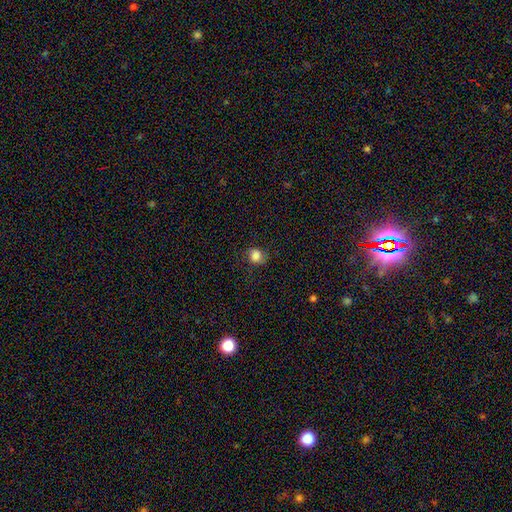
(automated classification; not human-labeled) smooth_or_featured: smooth (p=0.84) [alt: star or artifact p=0.11]
how_rounded: round (p=0.69) [alt: in between p=0.30]
merging: none (p=0.71) [alt: minor disturbance p=0.20]